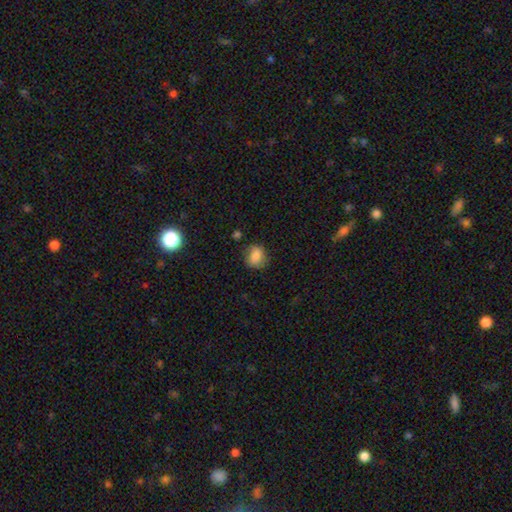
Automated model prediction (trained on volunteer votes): Smooth or featured? smooth (81%)
How rounded? round (64%)
Merging? none (72%)